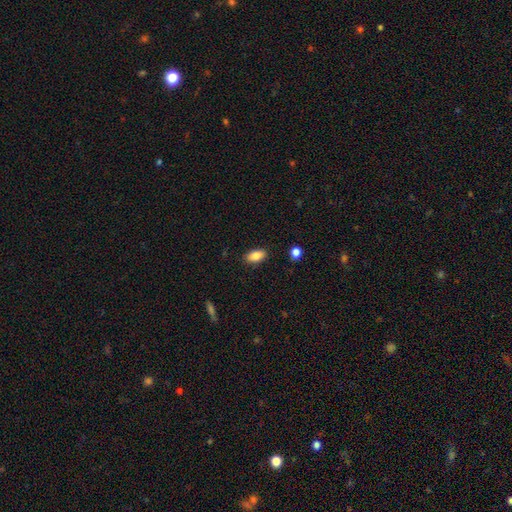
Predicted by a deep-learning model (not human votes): Overall: smooth (86%). How rounded: in between (91%). Merging: none (87%).